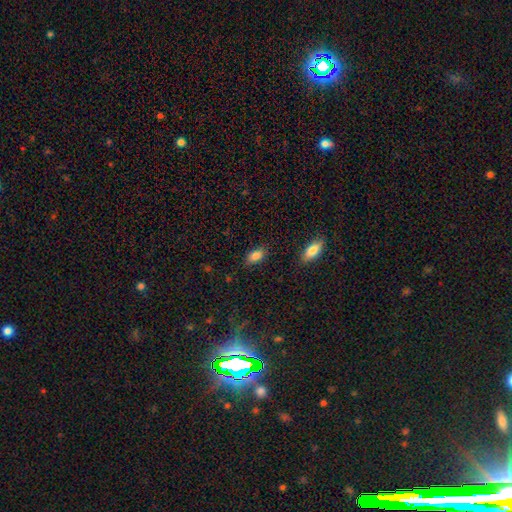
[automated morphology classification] Q: Smooth or featured?
A: smooth (86%); runner-up: star or artifact (9%)
Q: How rounded?
A: in between (90%); runner-up: round (7%)
Q: Merging?
A: none (83%); runner-up: minor disturbance (12%)